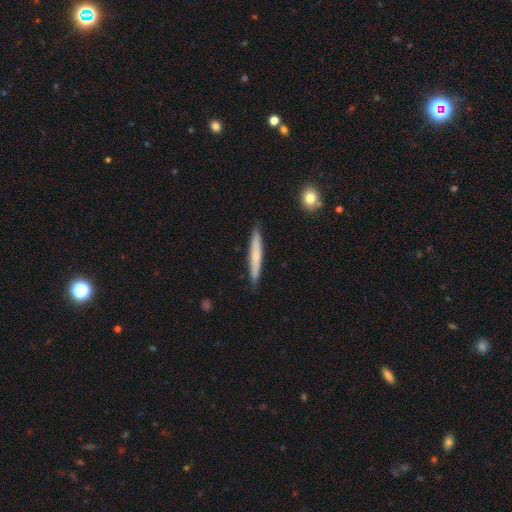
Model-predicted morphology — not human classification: This is possibly a smooth galaxy (59%). How rounded: clearly cigar-shaped (95%). Merging: clearly none (89%).